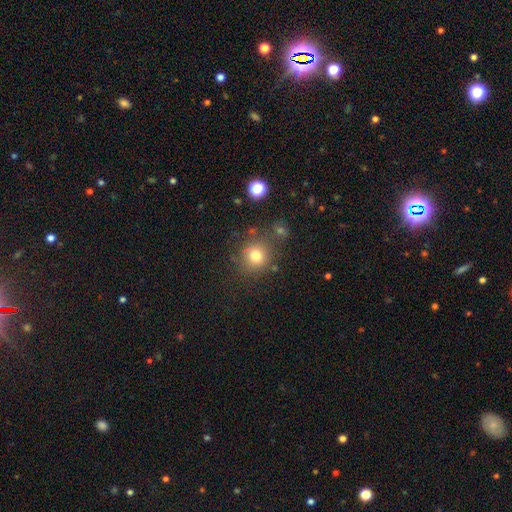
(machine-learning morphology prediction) smooth-or-featured: smooth: 77% | star or artifact: 14% | featured or disk: 9%
  how-rounded: round: 88% | in between: 11% | cigar-shaped: 1%
  merging: none: 76% | minor disturbance: 12% | merger: 7% | major disturbance: 5%